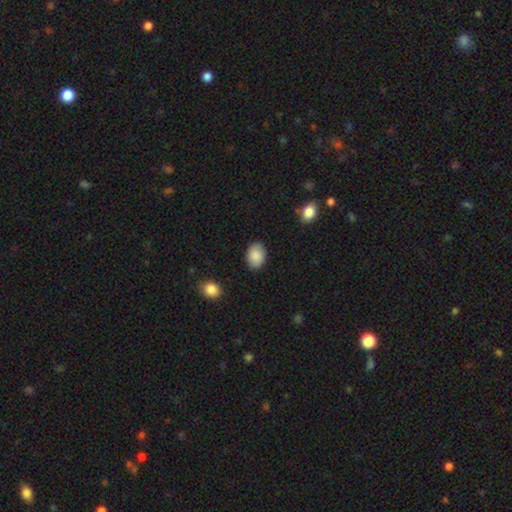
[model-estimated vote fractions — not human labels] Q: Smooth or featured?
A: smooth (89%); runner-up: star or artifact (7%)
Q: How rounded?
A: in between (81%); runner-up: round (18%)
Q: Merging?
A: none (87%); runner-up: minor disturbance (9%)